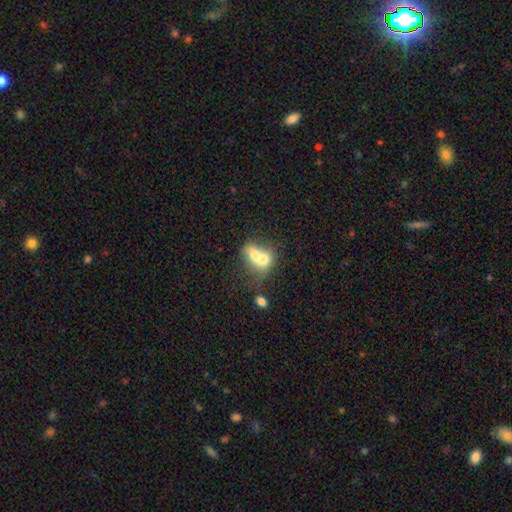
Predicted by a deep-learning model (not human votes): A smooth galaxy with no disk features (66%) that is in between round and cigar-shaped (56%).

Vote fractions:
- Smooth or featured? smooth: 66% / featured or disk: 25% / star or artifact: 8%
- How rounded? in between: 56% / round: 42% / cigar-shaped: 2%
- Merging? merger: 74% / none: 15% / minor disturbance: 6% / major disturbance: 5%